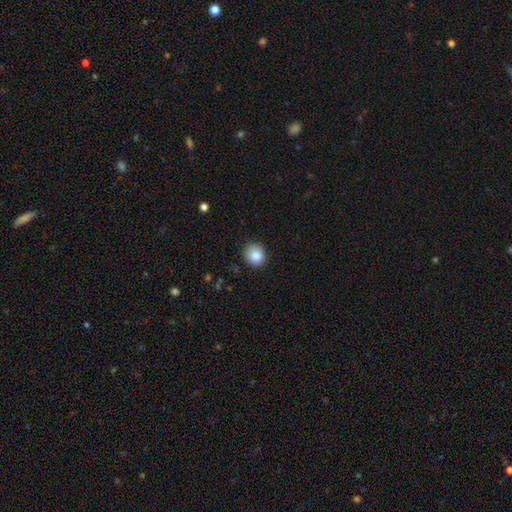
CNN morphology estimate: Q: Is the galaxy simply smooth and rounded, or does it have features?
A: smooth — 84%.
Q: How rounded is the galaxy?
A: round — 81%.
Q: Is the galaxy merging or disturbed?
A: none — 82%.